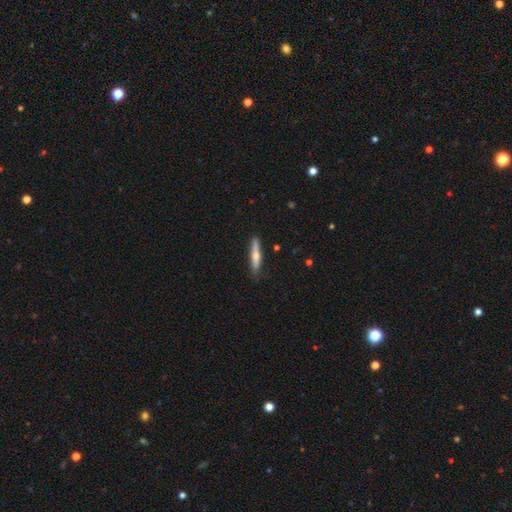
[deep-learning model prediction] Smooth or featured: smooth — 51% (featured or disk — 43%)
How rounded: cigar-shaped — 89% (in between — 9%)
Merging: none — 83% (minor disturbance — 14%)